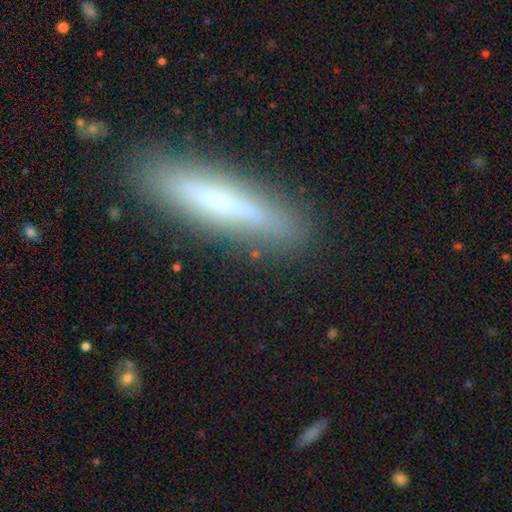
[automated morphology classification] type=smooth (56%); roundness=cigar-shaped (88%); merging=none (85%).